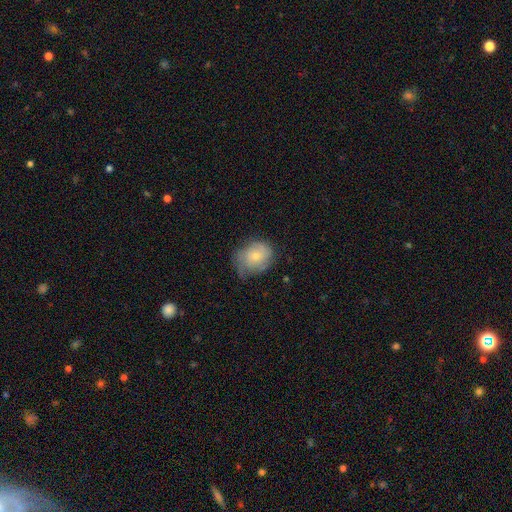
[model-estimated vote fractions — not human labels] Smooth or featured? Predicted: smooth (p=0.59). How rounded? Predicted: round (p=0.52). Merging? Predicted: none (p=0.48).